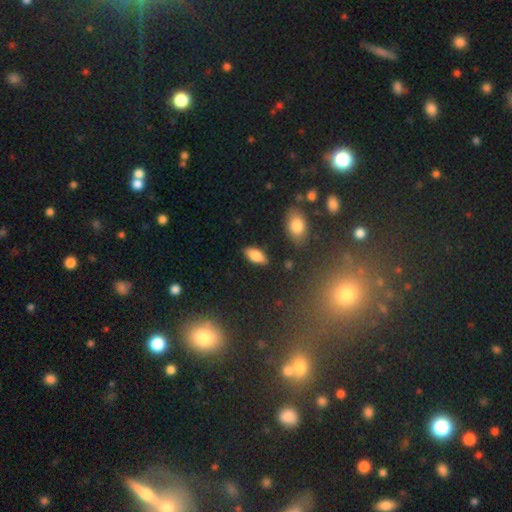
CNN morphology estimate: Smooth or featured: smooth — 81% (featured or disk — 11%)
How rounded: in between — 88% (cigar-shaped — 9%)
Merging: none — 86% (minor disturbance — 10%)